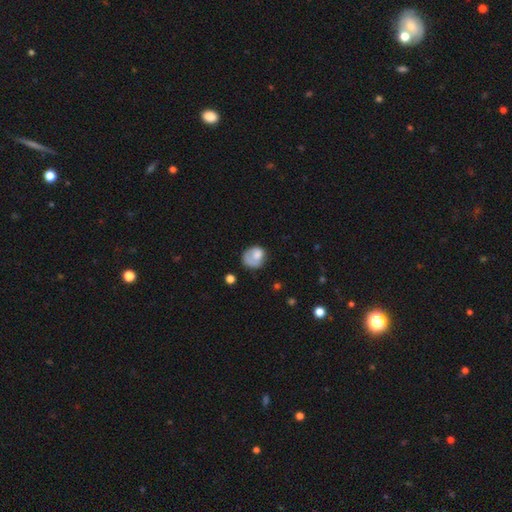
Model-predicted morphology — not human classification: Q: Smooth or featured?
A: smooth (71%); runner-up: featured or disk (21%)
Q: How rounded?
A: round (64%); runner-up: in between (35%)
Q: Merging?
A: none (44%); runner-up: minor disturbance (27%)